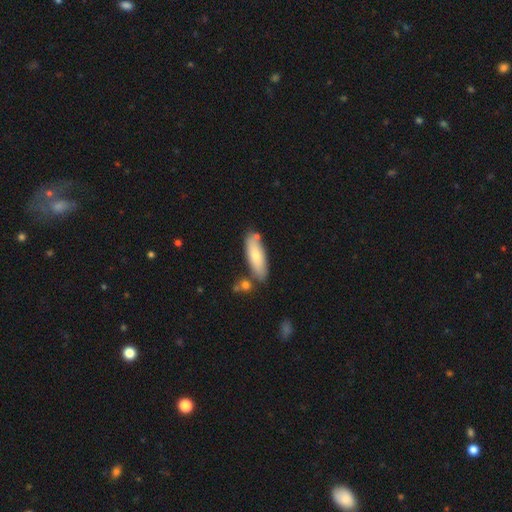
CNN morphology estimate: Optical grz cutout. It shows a smooth galaxy with no disk features (76%) that is in between round and cigar-shaped (51%). Merging: none (75%).